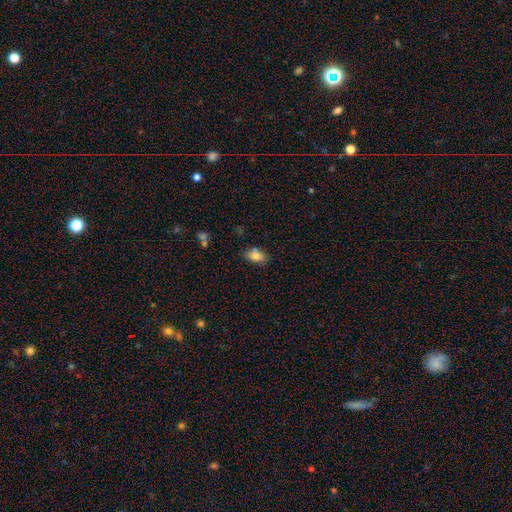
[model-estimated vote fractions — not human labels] Morphology: type=smooth (78%); roundness=in between (84%); merging=none (62%).